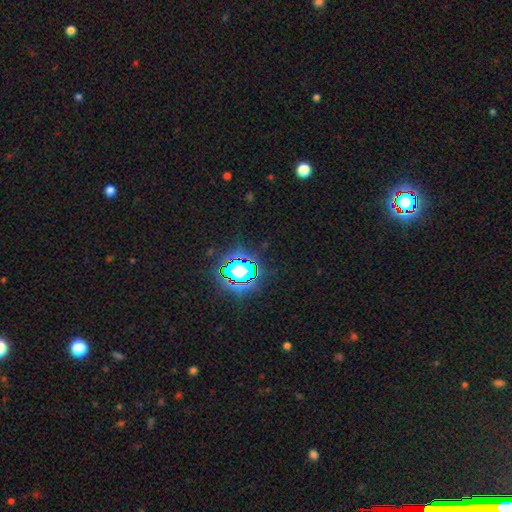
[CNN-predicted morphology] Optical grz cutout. It shows a star or artifact, not a galaxy (79%).